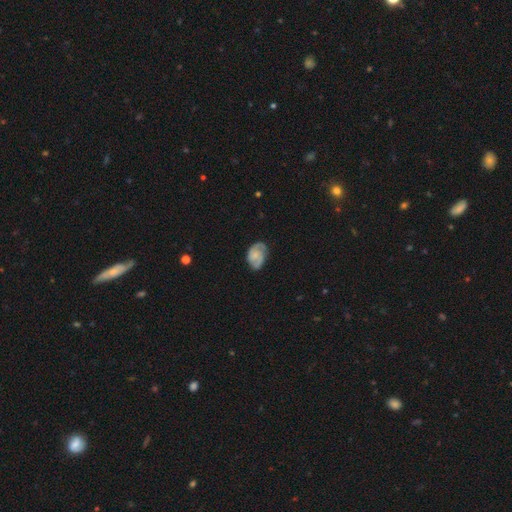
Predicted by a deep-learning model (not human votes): Q: Smooth or featured?
A: featured or disk (65%); runner-up: smooth (29%)
Q: Edge-on disk?
A: no (97%); runner-up: yes (3%)
Q: Bar?
A: no (68%); runner-up: weak (28%)
Q: Spiral arms?
A: yes (91%); runner-up: no (9%)
Q: Spiral winding?
A: medium (44%); runner-up: tight (41%)
Q: Spiral arm count?
A: 2 (67%); runner-up: can't tell (15%)
Q: Bulge size?
A: small (49%); runner-up: moderate (24%)
Q: Merging?
A: none (65%); runner-up: minor disturbance (25%)